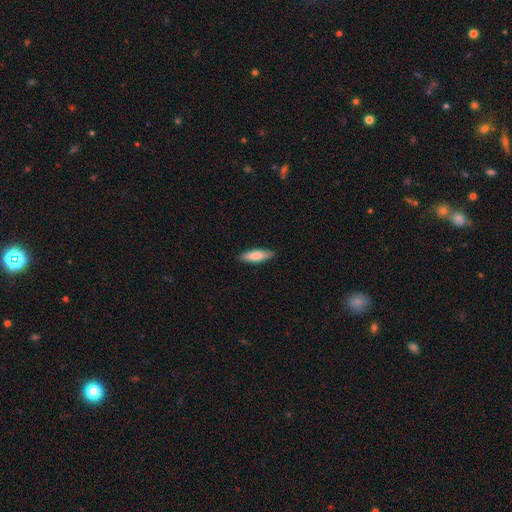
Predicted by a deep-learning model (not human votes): This is clearly a smooth galaxy (81%). How rounded: possibly cigar-shaped (53%). Merging: clearly none (87%).